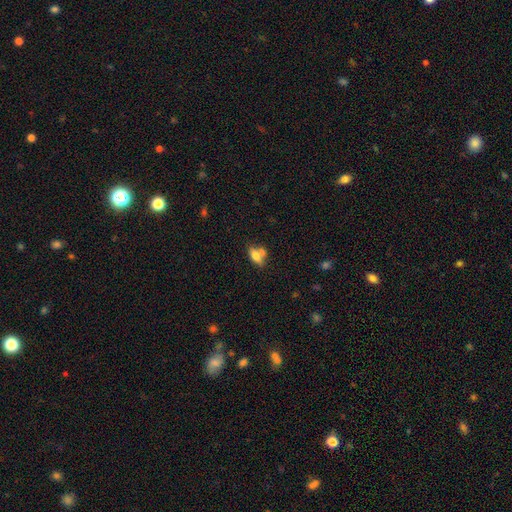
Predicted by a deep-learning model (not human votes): smooth 66%, featured or disk 25%, star or artifact 9%. Down the decision tree: how rounded — in between (79%); merging — none (44%).